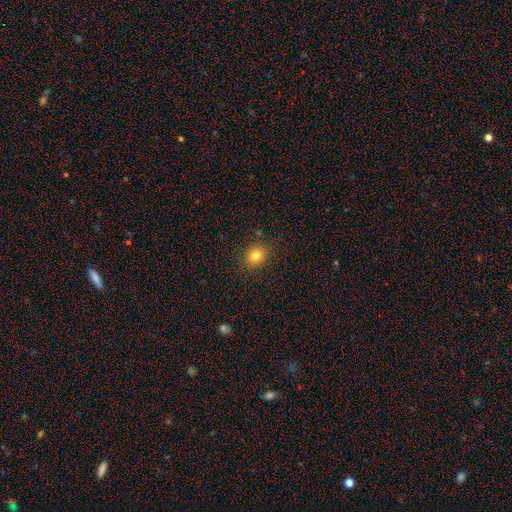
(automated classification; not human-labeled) A smooth galaxy with no disk features (81%) that is round (74%).

Vote fractions:
- Smooth or featured? smooth: 81% / star or artifact: 12% / featured or disk: 7%
- How rounded? round: 74% / in between: 25% / cigar-shaped: 1%
- Merging? none: 88% / minor disturbance: 8% / major disturbance: 2% / merger: 1%